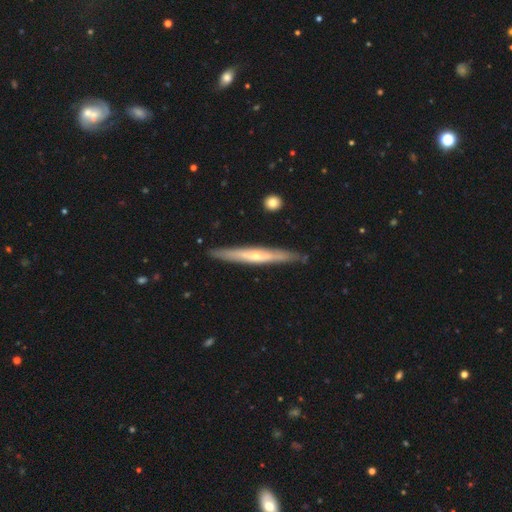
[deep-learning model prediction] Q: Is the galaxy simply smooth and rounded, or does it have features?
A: featured or disk — 68%.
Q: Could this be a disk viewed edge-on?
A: yes — 91%.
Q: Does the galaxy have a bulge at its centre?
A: rounded — 66%.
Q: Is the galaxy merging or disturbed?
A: none — 87%.